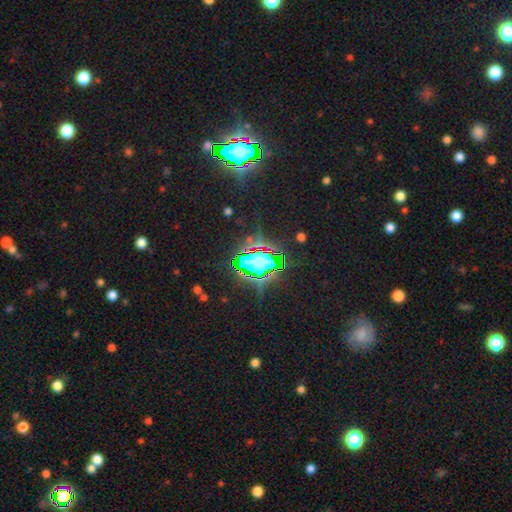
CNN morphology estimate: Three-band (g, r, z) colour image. It shows a star or artifact, not a galaxy (83%).